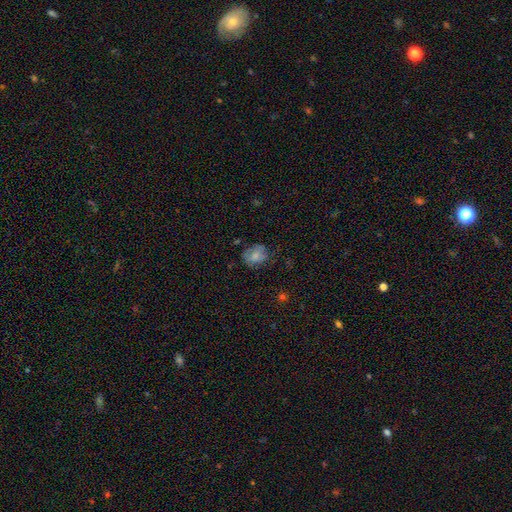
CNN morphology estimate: Smooth or featured: smooth — 71% (featured or disk — 20%)
How rounded: round — 56% (in between — 43%)
Merging: none — 61% (minor disturbance — 27%)